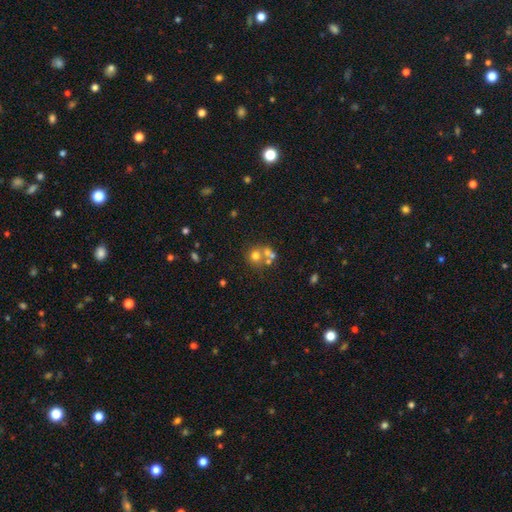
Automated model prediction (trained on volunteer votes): Smooth or featured?
  - smooth: 62% *
  - featured or disk: 21%
  - star or artifact: 17%
How rounded?
  - round: 85% *
  - in between: 14%
  - cigar-shaped: 1%
Merging?
  - none: 46% *
  - merger: 41%
  - minor disturbance: 8%
  - major disturbance: 5%